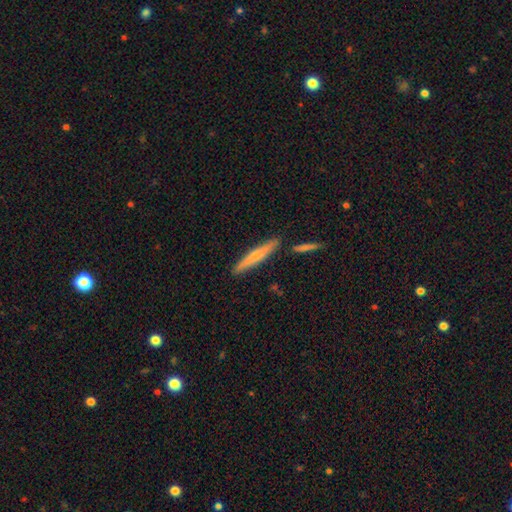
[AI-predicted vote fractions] Smooth or featured?
  - smooth: 56% *
  - featured or disk: 38%
  - star or artifact: 6%
How rounded?
  - cigar-shaped: 92% *
  - in between: 6%
  - round: 1%
Merging?
  - none: 83% *
  - minor disturbance: 9%
  - merger: 6%
  - major disturbance: 2%